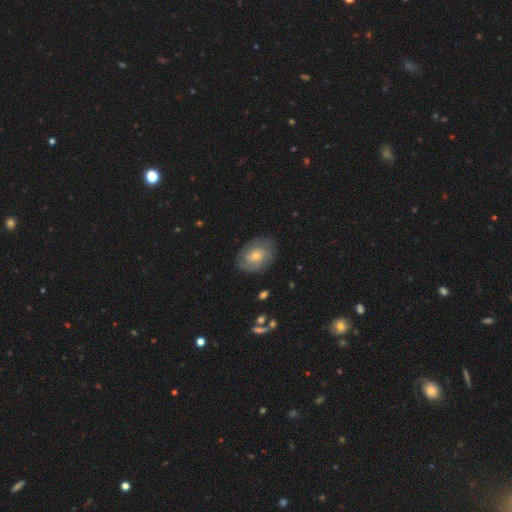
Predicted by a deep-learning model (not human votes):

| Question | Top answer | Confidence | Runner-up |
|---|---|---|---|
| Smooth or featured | featured or disk | 66% | smooth (25%) |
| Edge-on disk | no | 96% | yes (4%) |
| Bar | no | 74% | weak (22%) |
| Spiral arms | yes | 88% | no (12%) |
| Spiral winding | tight | 65% | medium (27%) |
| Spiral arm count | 2 | 38% | can't tell (36%) |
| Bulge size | small | 53% | moderate (42%) |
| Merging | none | 80% | minor disturbance (14%) |